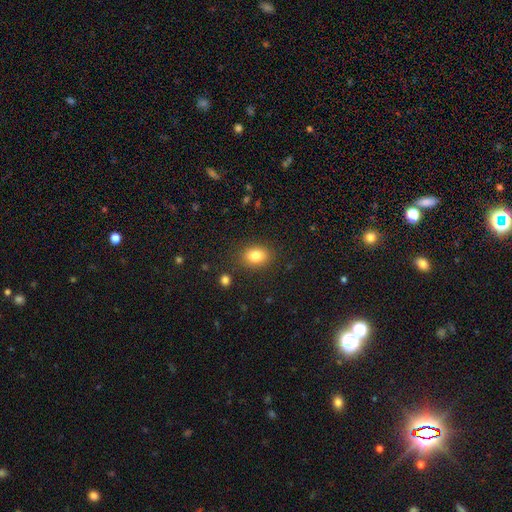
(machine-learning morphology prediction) A smooth galaxy with no disk features (83%) that is in between round and cigar-shaped (65%).

Vote fractions:
- Smooth or featured? smooth: 83% / star or artifact: 10% / featured or disk: 8%
- How rounded? in between: 65% / round: 34% / cigar-shaped: 1%
- Merging? none: 85% / minor disturbance: 10% / major disturbance: 3% / merger: 2%